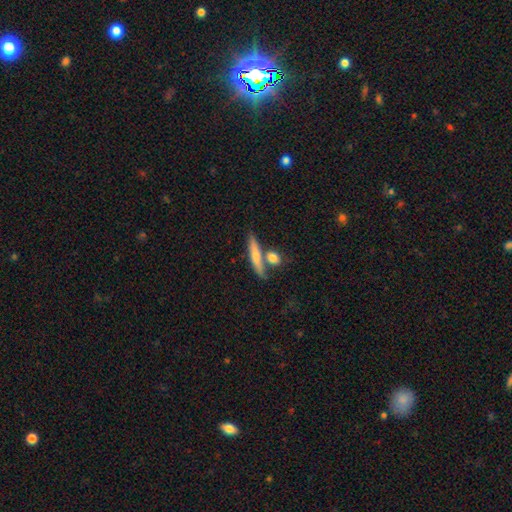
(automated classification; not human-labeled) Q: Smooth or featured?
A: smooth (63%); runner-up: featured or disk (31%)
Q: How rounded?
A: cigar-shaped (78%); runner-up: in between (16%)
Q: Merging?
A: none (62%); runner-up: merger (23%)